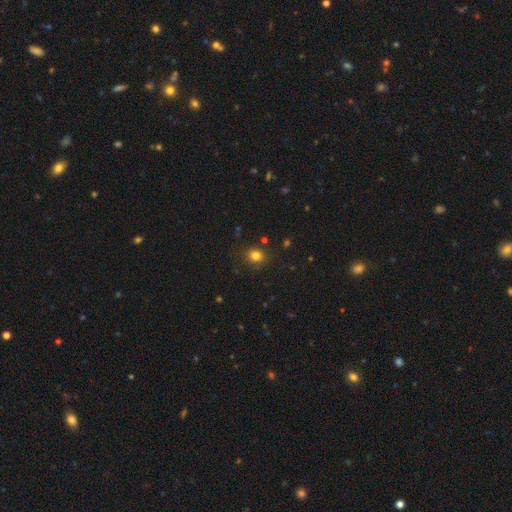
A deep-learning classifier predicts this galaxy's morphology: smooth-or-featured: smooth: 80% | star or artifact: 15% | featured or disk: 6%
  how-rounded: round: 79% | in between: 20% | cigar-shaped: 1%
  merging: none: 85% | minor disturbance: 10% | major disturbance: 3% | merger: 2%